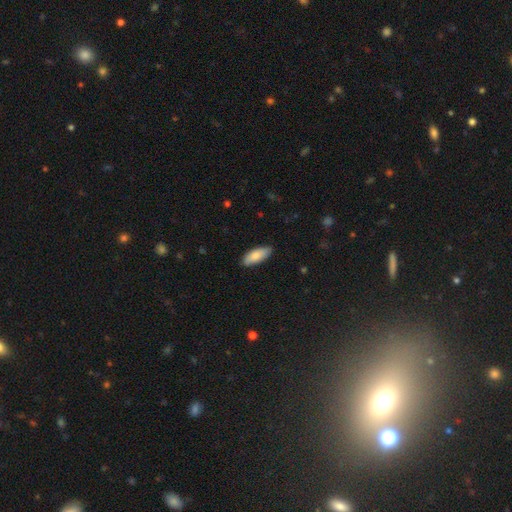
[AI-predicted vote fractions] Smooth or featured? smooth (84%)
How rounded? in between (80%)
Merging? none (86%)